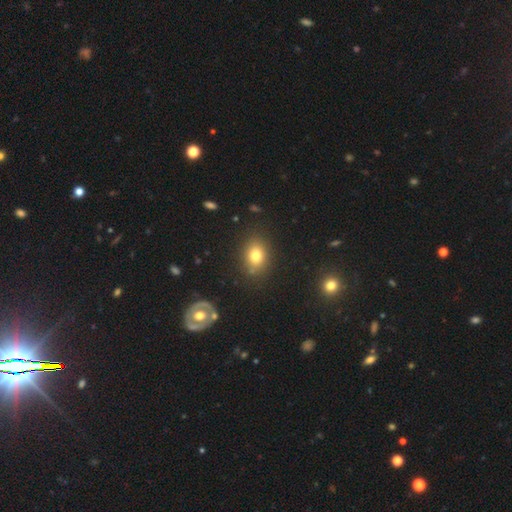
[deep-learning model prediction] Smooth or featured? Predicted: smooth (p=0.78). How rounded? Predicted: in between (p=0.60). Merging? Predicted: none (p=0.82).